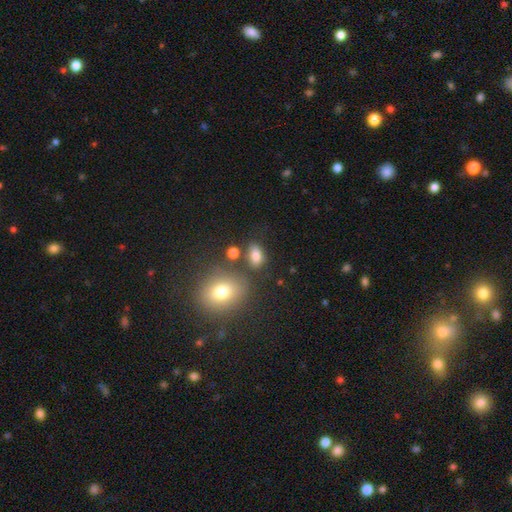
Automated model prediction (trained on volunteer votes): Smooth or featured? smooth (81%)
How rounded? in between (84%)
Merging? none (71%)